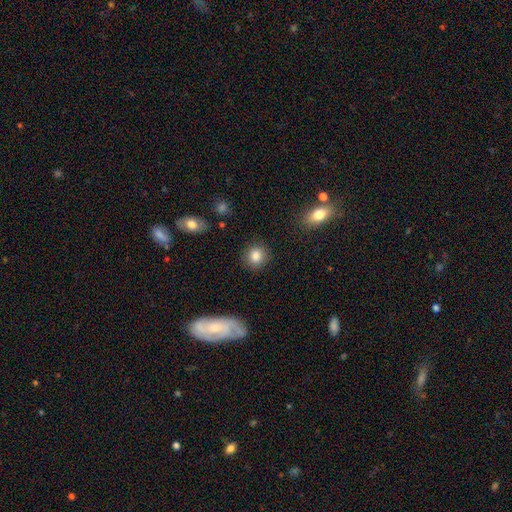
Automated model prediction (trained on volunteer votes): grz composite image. It shows a smooth galaxy with no disk features (85%) that is round (88%). Merging: none (89%).